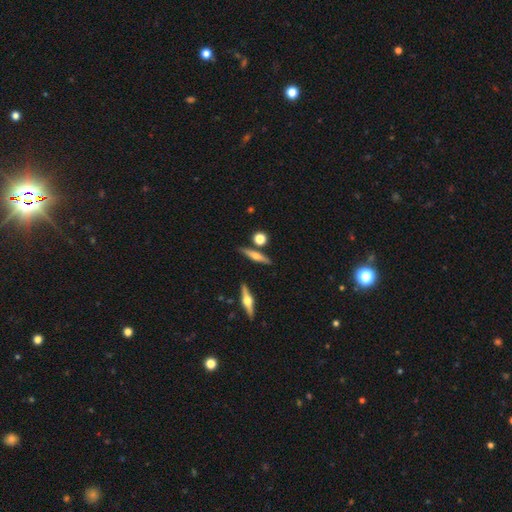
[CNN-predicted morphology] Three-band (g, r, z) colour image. It shows a featured or disk galaxy (53%) viewed edge-on (94%) with a rounded central bulge (92%). Merging: none (81%).